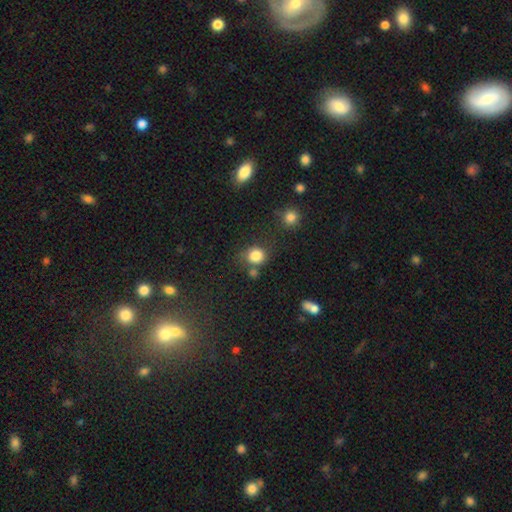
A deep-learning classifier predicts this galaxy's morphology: type=smooth (82%); roundness=round (77%); merging=none (64%).